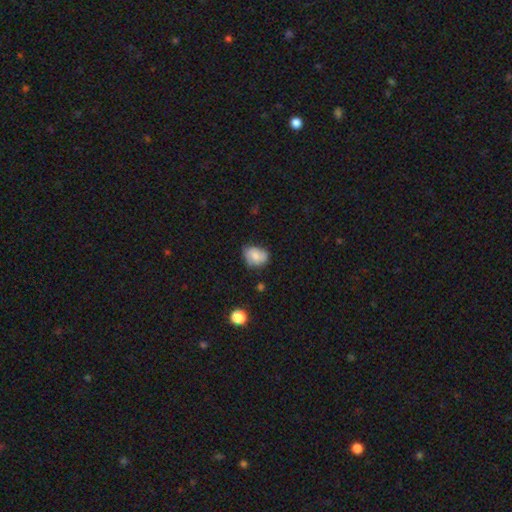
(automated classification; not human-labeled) Overall: smooth (74%). How rounded: in between (57%; round 42%). Merging: none (57%; minor disturbance 33%).